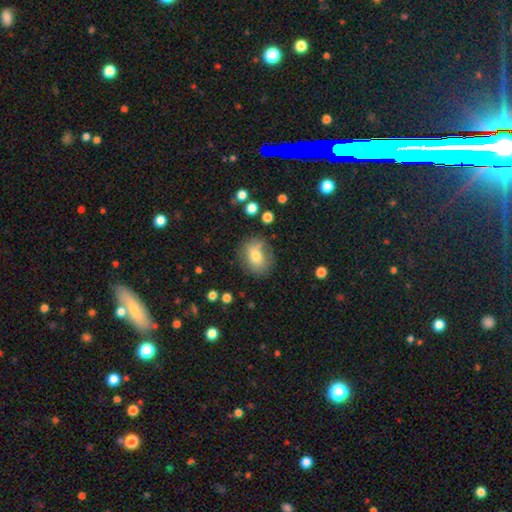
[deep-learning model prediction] This appears to be a smooth galaxy with no disk features (71%) that is round (57%). Merging: none (70%).